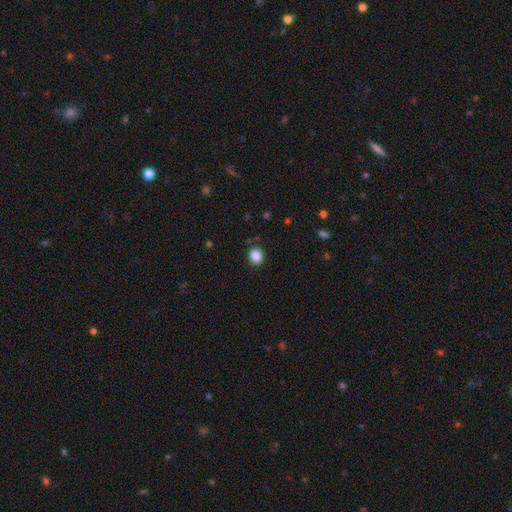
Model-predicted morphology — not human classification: Smooth or featured?
  - smooth: 87% *
  - star or artifact: 10%
  - featured or disk: 3%
How rounded?
  - round: 69% *
  - in between: 30%
  - cigar-shaped: 1%
Merging?
  - none: 87% *
  - minor disturbance: 9%
  - major disturbance: 3%
  - merger: 1%